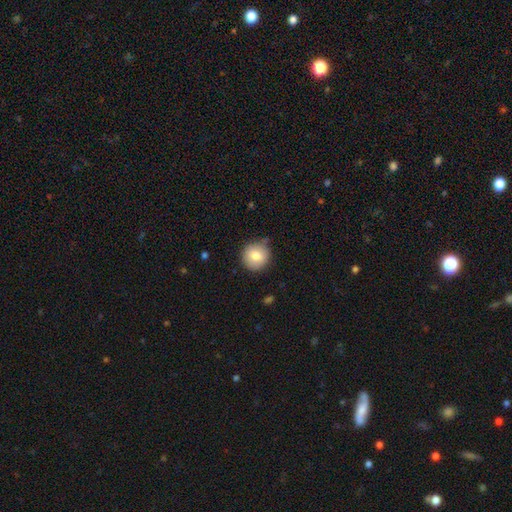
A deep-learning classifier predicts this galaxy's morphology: Overall: smooth (81%). How rounded: round (94%). Merging: none (80%).